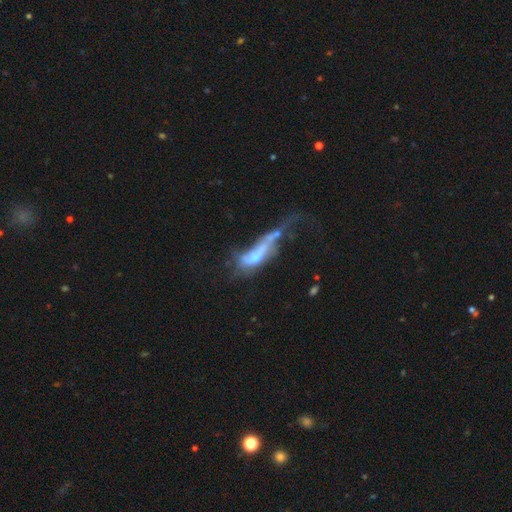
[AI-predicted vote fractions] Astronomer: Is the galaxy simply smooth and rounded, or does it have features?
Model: featured or disk — 47% (runner-up: smooth, 41%).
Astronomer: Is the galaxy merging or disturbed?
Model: major disturbance — 44% (runner-up: merger, 33%).